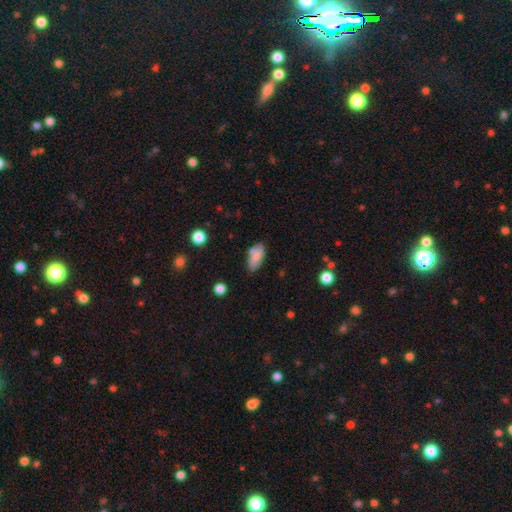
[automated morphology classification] Smooth or featured? smooth (77%)
How rounded? in between (83%)
Merging? none (68%)